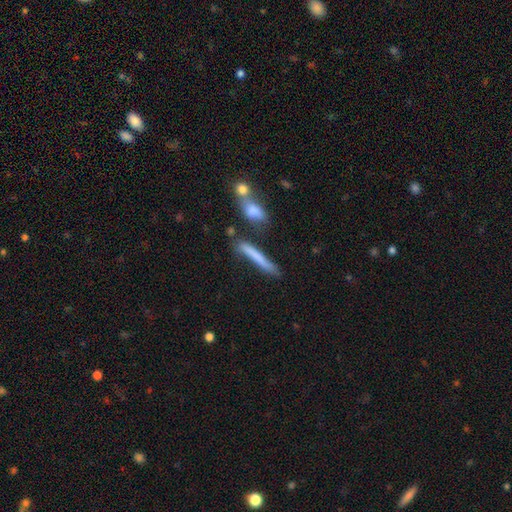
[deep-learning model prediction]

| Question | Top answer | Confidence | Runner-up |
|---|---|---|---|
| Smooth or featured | smooth | 67% | featured or disk (26%) |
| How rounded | cigar-shaped | 93% | in between (5%) |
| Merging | none | 63% | minor disturbance (18%) |